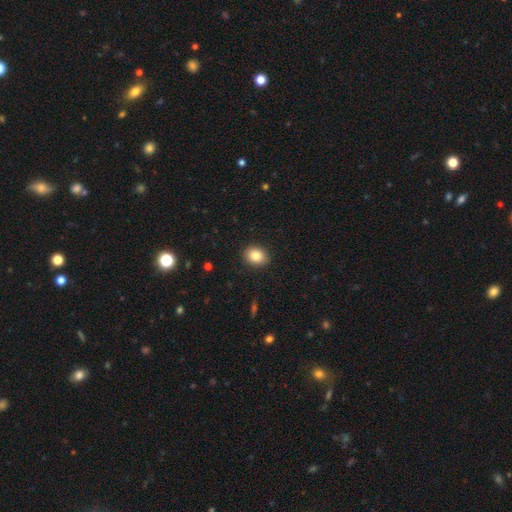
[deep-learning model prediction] Q: Smooth or featured?
A: smooth (85%); runner-up: star or artifact (9%)
Q: How rounded?
A: round (52%); runner-up: in between (47%)
Q: Merging?
A: none (90%); runner-up: minor disturbance (7%)